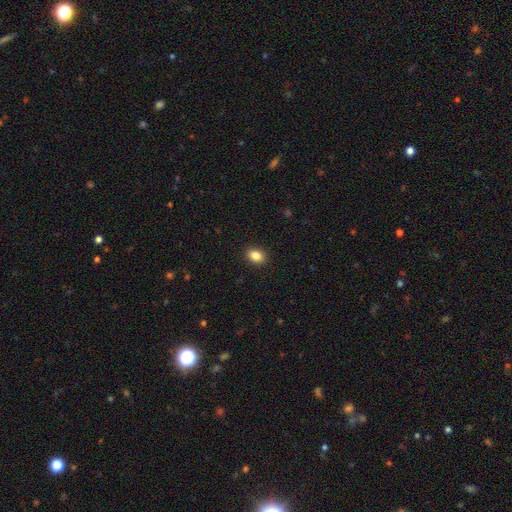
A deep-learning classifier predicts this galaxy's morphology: This is clearly a smooth galaxy (86%). How rounded: likely in between (70%). Merging: clearly none (90%).